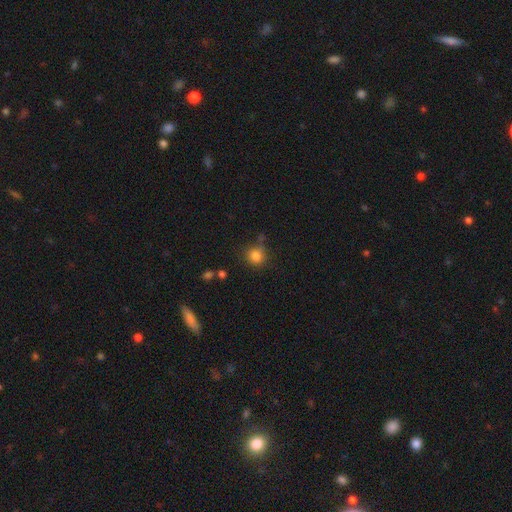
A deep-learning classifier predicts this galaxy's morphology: Q: Smooth or featured?
A: smooth (84%); runner-up: star or artifact (11%)
Q: How rounded?
A: round (89%); runner-up: in between (10%)
Q: Merging?
A: none (73%); runner-up: minor disturbance (15%)